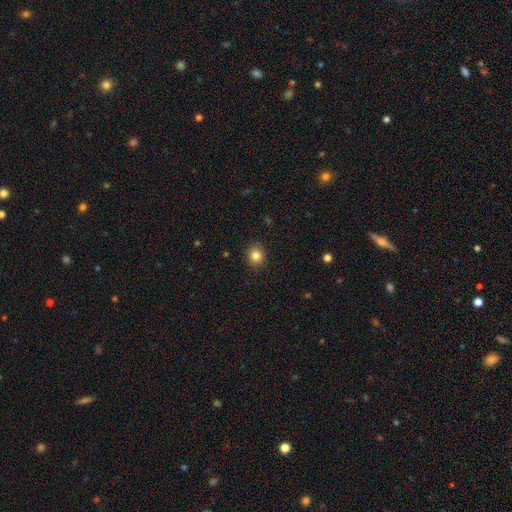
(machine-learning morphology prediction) Overall: smooth (85%). How rounded: round (78%). Merging: none (89%).